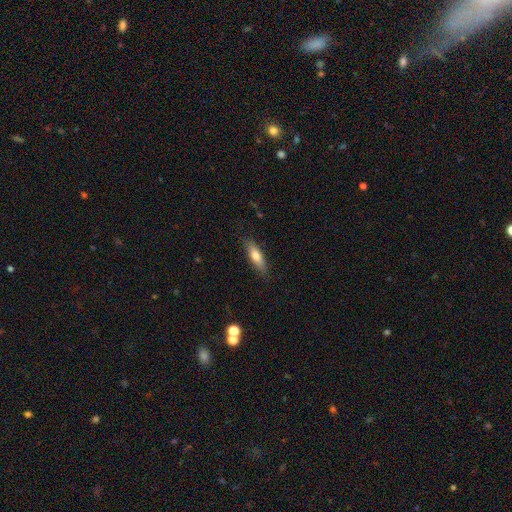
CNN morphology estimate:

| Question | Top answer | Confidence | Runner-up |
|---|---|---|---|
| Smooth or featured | smooth | 71% | featured or disk (23%) |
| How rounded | cigar-shaped | 55% | in between (43%) |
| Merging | none | 84% | minor disturbance (12%) |